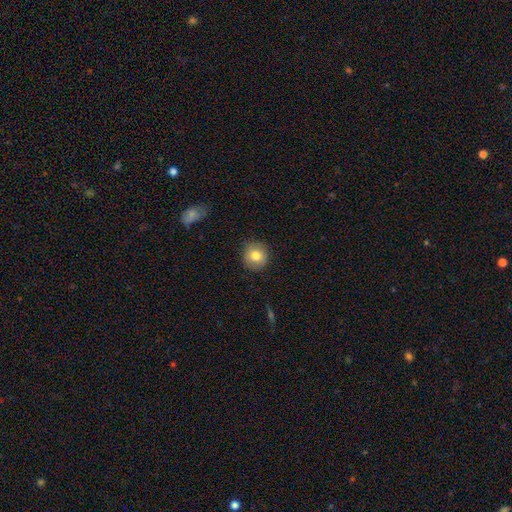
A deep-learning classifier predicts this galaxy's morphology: The model was most divided on "smooth or featured": smooth: 80%, featured or disk: 11%, star or artifact: 9%. More confident: how rounded — round (91%); merging — none (88%).